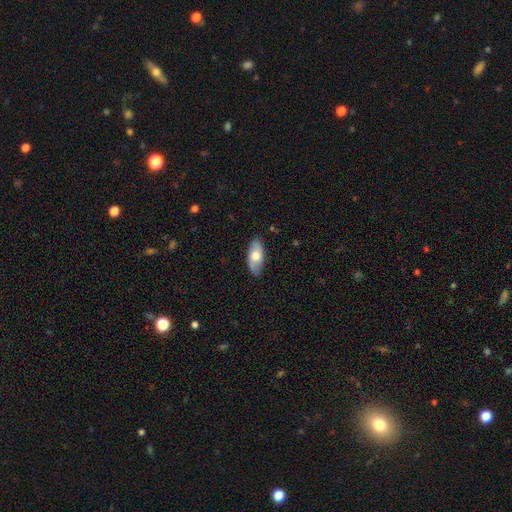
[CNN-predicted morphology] A smooth galaxy with no disk features (65%) that is in between round and cigar-shaped (91%).

Vote fractions:
- Smooth or featured? smooth: 65% / featured or disk: 29% / star or artifact: 6%
- How rounded? in between: 91% / cigar-shaped: 6% / round: 3%
- Merging? none: 84% / minor disturbance: 13% / major disturbance: 2% / merger: 1%